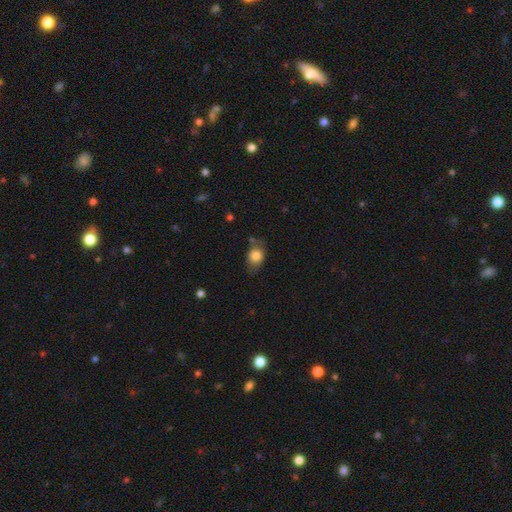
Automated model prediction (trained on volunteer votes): Smooth or featured? smooth (78%)
How rounded? in between (68%)
Merging? none (63%)